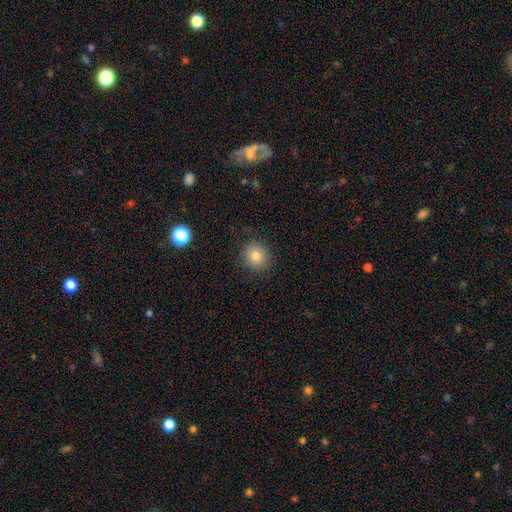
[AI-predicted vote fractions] Q: Smooth or featured?
A: smooth (81%); runner-up: star or artifact (11%)
Q: How rounded?
A: round (85%); runner-up: in between (14%)
Q: Merging?
A: none (87%); runner-up: minor disturbance (9%)